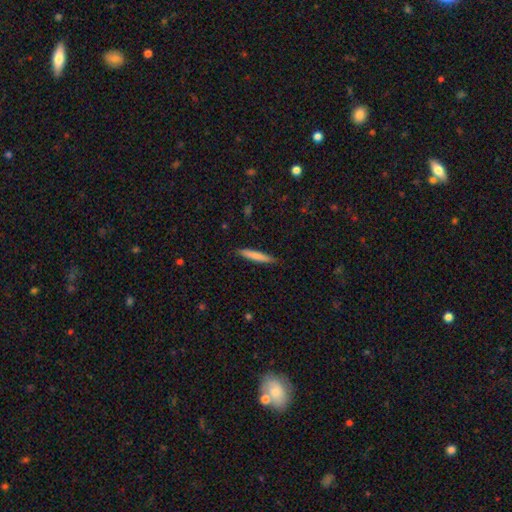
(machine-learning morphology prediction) A smooth galaxy with no disk features (77%) that is cigar-shaped (93%).

Vote fractions:
- Smooth or featured? smooth: 77% / featured or disk: 17% / star or artifact: 6%
- How rounded? cigar-shaped: 93% / in between: 6% / round: 1%
- Merging? none: 87% / minor disturbance: 10% / major disturbance: 2% / merger: 1%